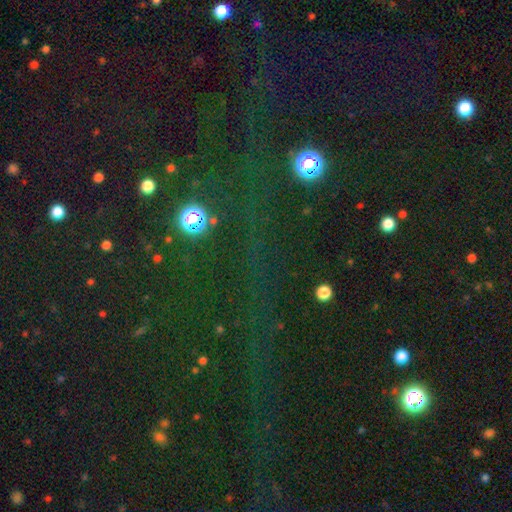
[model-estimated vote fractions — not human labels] Overall: star or artifact (73%).